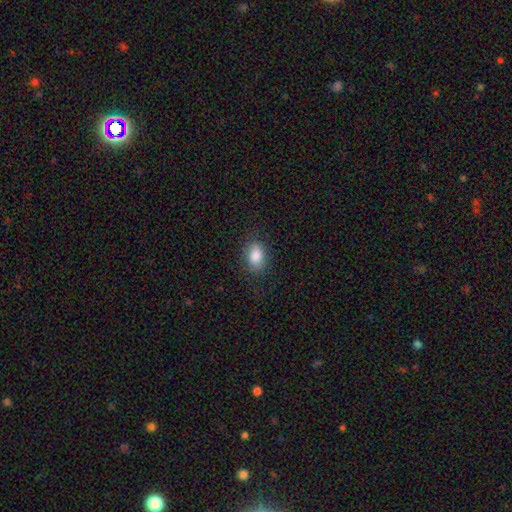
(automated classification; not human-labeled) smooth-or-featured: smooth: 86% | star or artifact: 8% | featured or disk: 6%
  how-rounded: in between: 85% | round: 13% | cigar-shaped: 2%
  merging: none: 83% | minor disturbance: 12% | major disturbance: 4% | merger: 1%